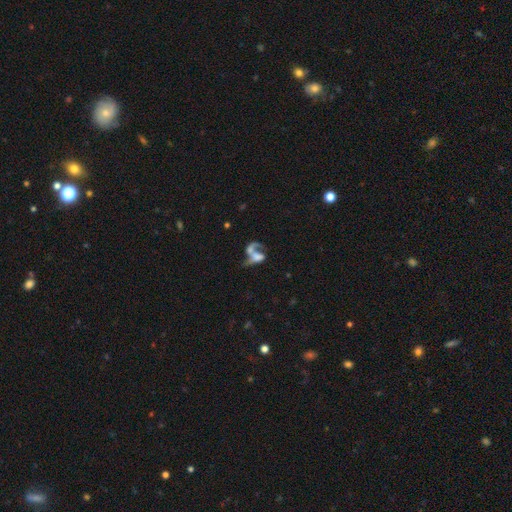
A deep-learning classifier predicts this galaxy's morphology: This is possibly a featured or disk galaxy (52%). It is clearly not viewed edge-on (94%). Merging: possibly merger (59%).